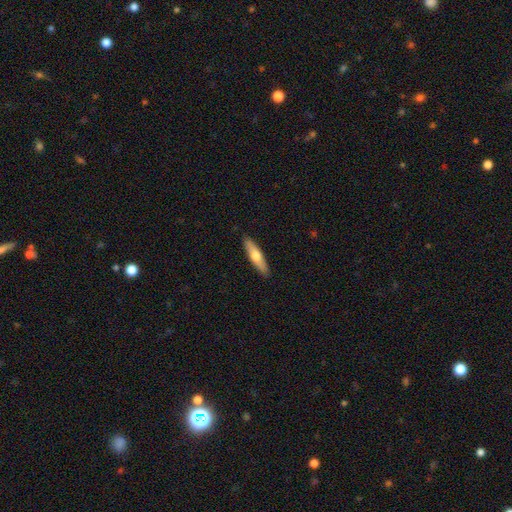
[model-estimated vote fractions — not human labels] Smooth or featured? smooth (56%)
How rounded? cigar-shaped (76%)
Merging? none (90%)